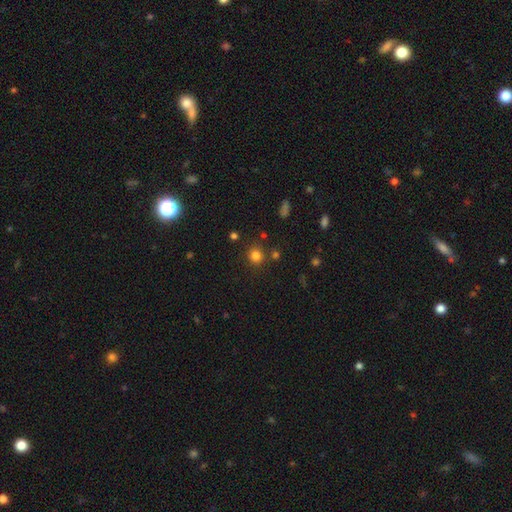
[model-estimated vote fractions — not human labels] Q: Smooth or featured?
A: smooth (80%); runner-up: star or artifact (15%)
Q: How rounded?
A: round (90%); runner-up: in between (9%)
Q: Merging?
A: none (84%); runner-up: minor disturbance (8%)